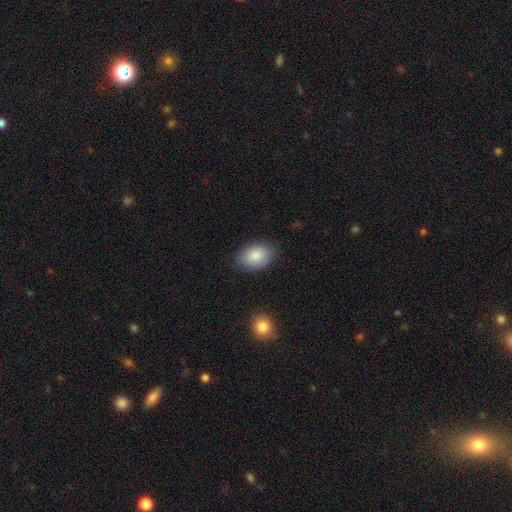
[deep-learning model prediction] smooth 87%, star or artifact 7%, featured or disk 6%. Down the decision tree: how rounded — in between (84%); merging — none (85%).